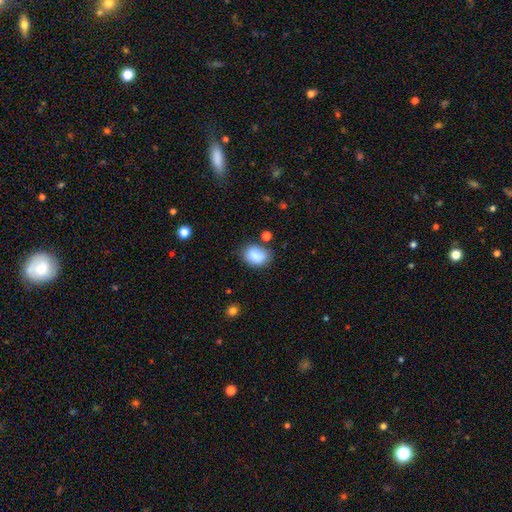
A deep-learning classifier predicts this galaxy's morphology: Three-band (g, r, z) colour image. It shows a smooth galaxy with no disk features (84%) that is in between round and cigar-shaped (64%). Merging: none (69%).